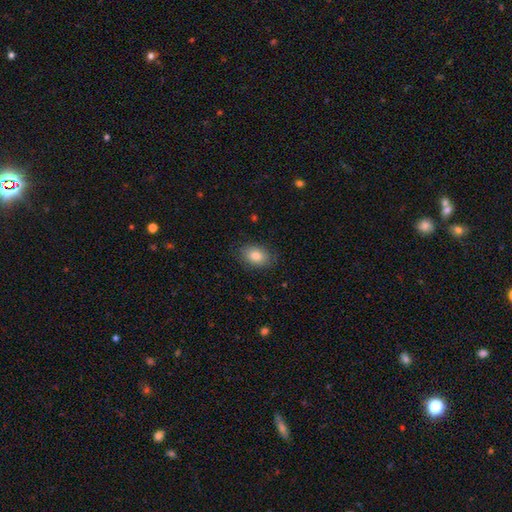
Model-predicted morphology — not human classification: A smooth galaxy with no disk features (83%) that is in between round and cigar-shaped (83%).

Vote fractions:
- Smooth or featured? smooth: 83% / featured or disk: 9% / star or artifact: 8%
- How rounded? in between: 83% / round: 16% / cigar-shaped: 1%
- Merging? none: 84% / minor disturbance: 12% / major disturbance: 3% / merger: 1%